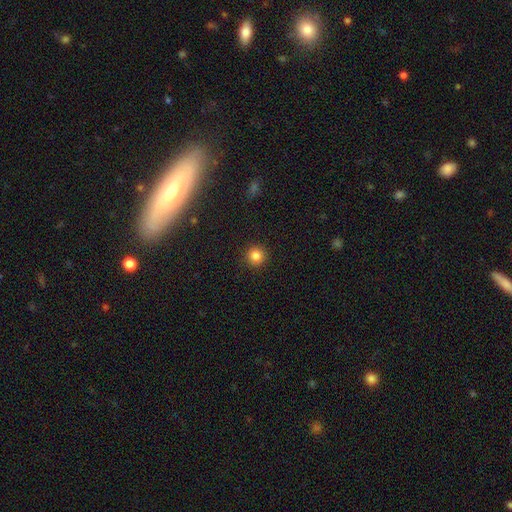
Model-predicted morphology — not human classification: smooth 84%, star or artifact 12%, featured or disk 4%. Down the decision tree: how rounded — round (95%); merging — none (92%).